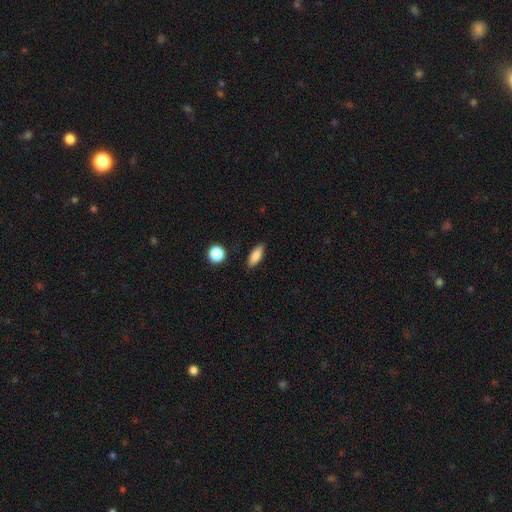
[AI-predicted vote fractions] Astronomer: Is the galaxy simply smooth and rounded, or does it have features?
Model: smooth — 80%.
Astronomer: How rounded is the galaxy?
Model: in between — 69%.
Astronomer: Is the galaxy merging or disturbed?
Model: none — 86%.